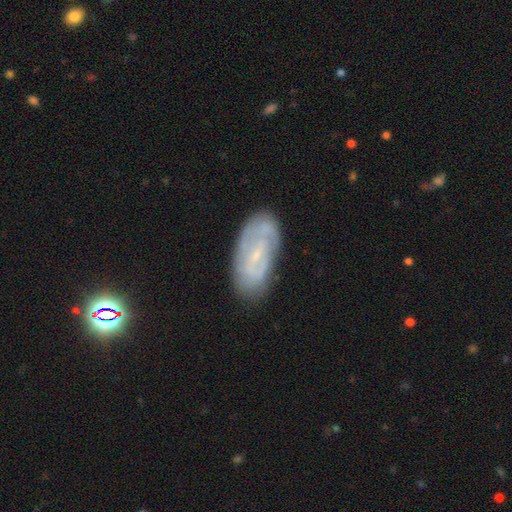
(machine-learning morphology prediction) This is likely a featured or disk galaxy (66%). It is clearly not viewed edge-on (92%). Bar: possibly weak (45%). Spiral arm pattern: likely yes (73%). Central bulge: likely small (75%). Merging: likely none (73%).